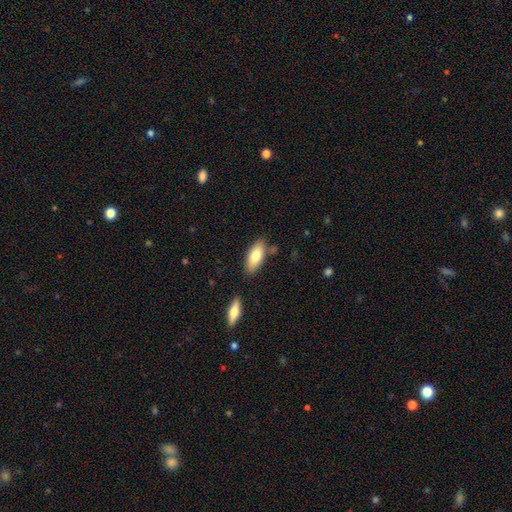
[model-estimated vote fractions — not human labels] Smooth or featured? Predicted: smooth (p=0.77). How rounded? Predicted: in between (p=0.81). Merging? Predicted: none (p=0.76).